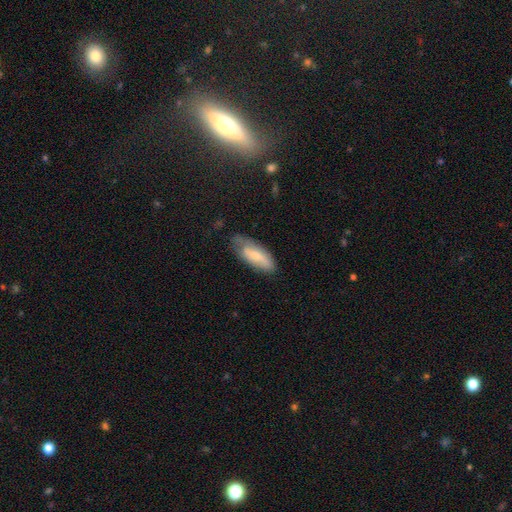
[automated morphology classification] Smooth or featured? Predicted: smooth (p=0.66). How rounded? Predicted: in between (p=0.77). Merging? Predicted: none (p=0.54).